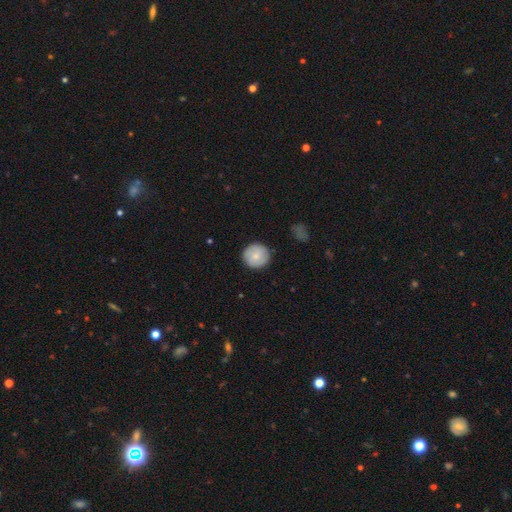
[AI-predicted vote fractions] Smooth or featured?
  - smooth: 78% *
  - featured or disk: 16%
  - star or artifact: 6%
How rounded?
  - round: 94% *
  - in between: 5%
  - cigar-shaped: 1%
Merging?
  - none: 89% *
  - minor disturbance: 8%
  - major disturbance: 2%
  - merger: 1%